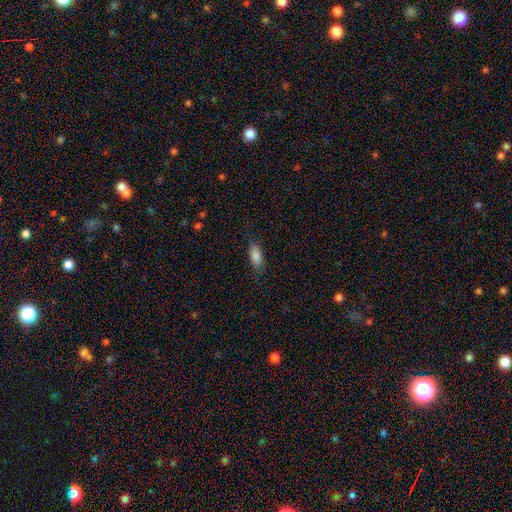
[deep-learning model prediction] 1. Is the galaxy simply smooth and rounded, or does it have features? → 86% smooth, 7% featured or disk, 7% star or artifact.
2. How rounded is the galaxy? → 84% in between, 13% cigar-shaped, 3% round.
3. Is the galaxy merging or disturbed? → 81% none, 14% minor disturbance, 4% major disturbance, 1% merger.